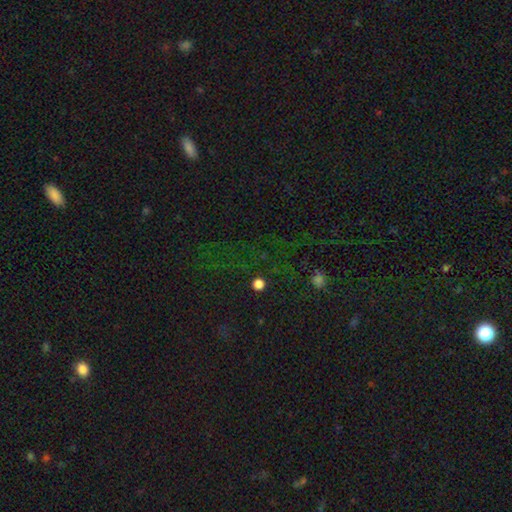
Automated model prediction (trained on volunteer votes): Q: Smooth or featured?
A: star or artifact (68%); runner-up: smooth (22%)